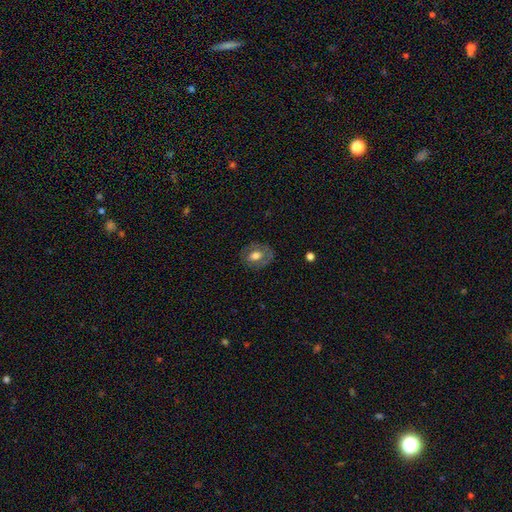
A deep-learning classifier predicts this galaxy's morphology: Q: Smooth or featured?
A: smooth (54%); runner-up: featured or disk (38%)
Q: How rounded?
A: in between (56%); runner-up: round (42%)
Q: Merging?
A: none (77%); runner-up: minor disturbance (15%)